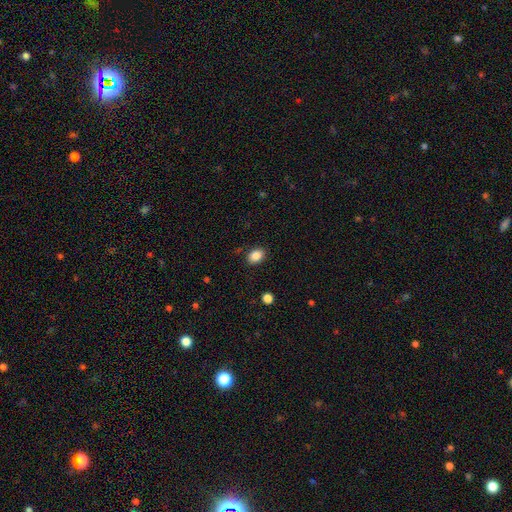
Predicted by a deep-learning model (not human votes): smooth_or_featured: smooth (p=0.87) [alt: star or artifact p=0.09]
how_rounded: in between (p=0.73) [alt: round p=0.26]
merging: none (p=0.87) [alt: minor disturbance p=0.09]